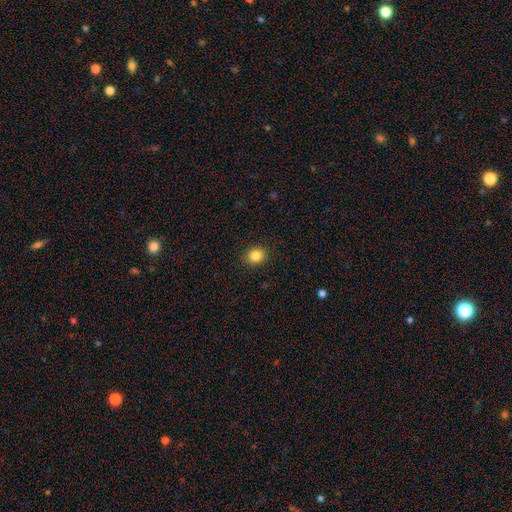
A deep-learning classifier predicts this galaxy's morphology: smooth_or_featured: smooth (p=0.84) [alt: star or artifact p=0.11]
how_rounded: round (p=0.67) [alt: in between p=0.32]
merging: none (p=0.90) [alt: minor disturbance p=0.07]